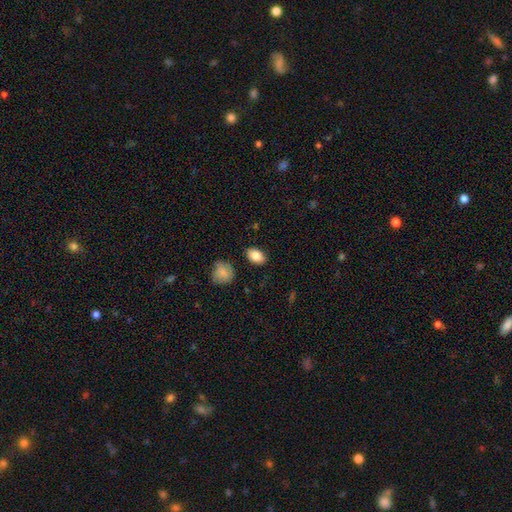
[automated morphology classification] A smooth galaxy with no disk features (85%) that is in between round and cigar-shaped (87%).

Vote fractions:
- Smooth or featured? smooth: 85% / star or artifact: 8% / featured or disk: 7%
- How rounded? in between: 87% / round: 12% / cigar-shaped: 1%
- Merging? none: 86% / minor disturbance: 10% / major disturbance: 2% / merger: 2%